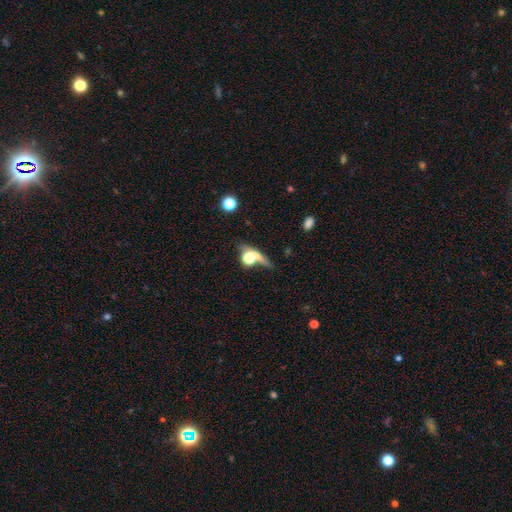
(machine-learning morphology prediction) type=smooth (55%); roundness=round (37%); merging=none (52%).